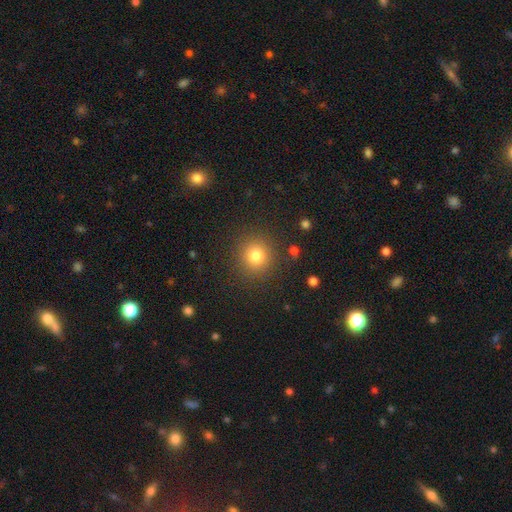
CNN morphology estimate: Smooth or featured: smooth — 80% (star or artifact — 14%)
How rounded: round — 92% (in between — 7%)
Merging: none — 88% (minor disturbance — 7%)